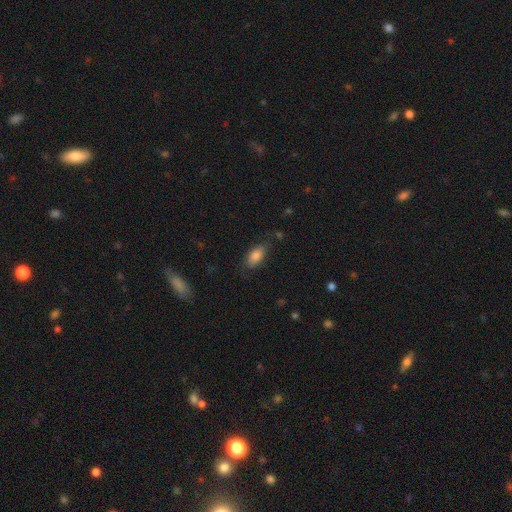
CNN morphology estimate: smooth_or_featured: smooth (p=0.82) [alt: featured or disk p=0.10]
how_rounded: in between (p=0.89) [alt: cigar-shaped p=0.08]
merging: none (p=0.74) [alt: minor disturbance p=0.19]